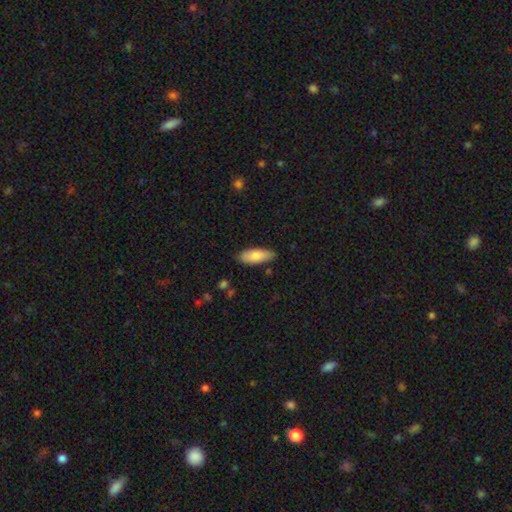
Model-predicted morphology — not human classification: Q: Smooth or featured?
A: smooth (82%); runner-up: featured or disk (12%)
Q: How rounded?
A: in between (76%); runner-up: cigar-shaped (22%)
Q: Merging?
A: none (81%); runner-up: minor disturbance (15%)